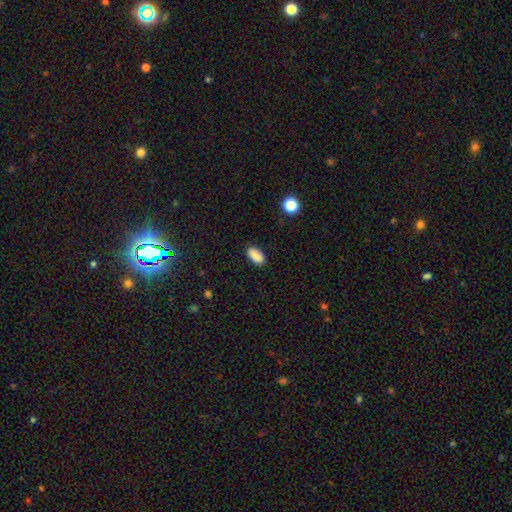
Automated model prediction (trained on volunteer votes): Smooth or featured?
  - smooth: 89% *
  - star or artifact: 8%
  - featured or disk: 3%
How rounded?
  - in between: 93% *
  - cigar-shaped: 4%
  - round: 3%
Merging?
  - none: 88% *
  - minor disturbance: 8%
  - major disturbance: 2%
  - merger: 1%